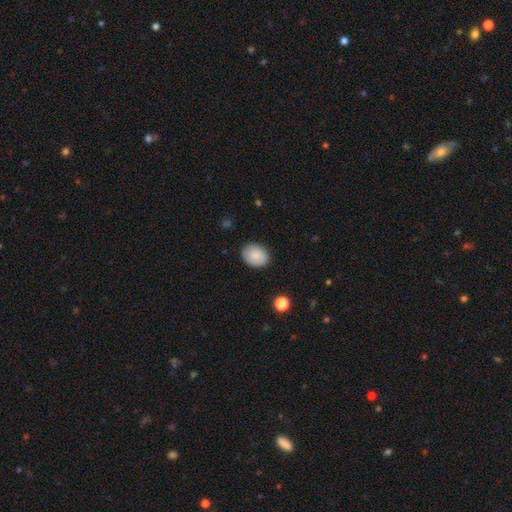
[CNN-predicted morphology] A smooth galaxy with no disk features (86%) that is in between round and cigar-shaped (57%).

Vote fractions:
- Smooth or featured? smooth: 86% / star or artifact: 7% / featured or disk: 7%
- How rounded? in between: 57% / round: 42% / cigar-shaped: 1%
- Merging? none: 87% / minor disturbance: 10% / major disturbance: 2% / merger: 1%